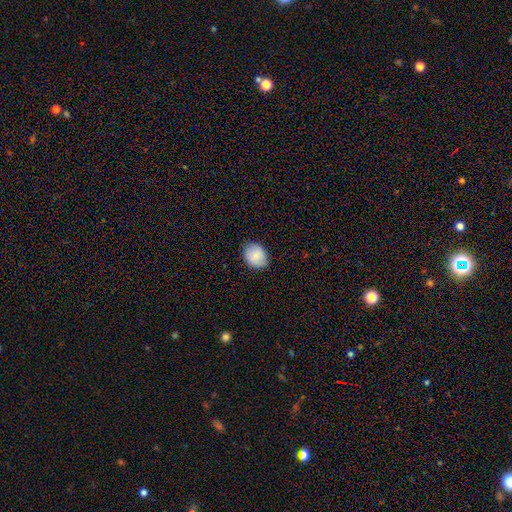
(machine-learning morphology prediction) This is clearly a smooth galaxy (85%). How rounded: possibly round (50%). Merging: clearly none (81%).